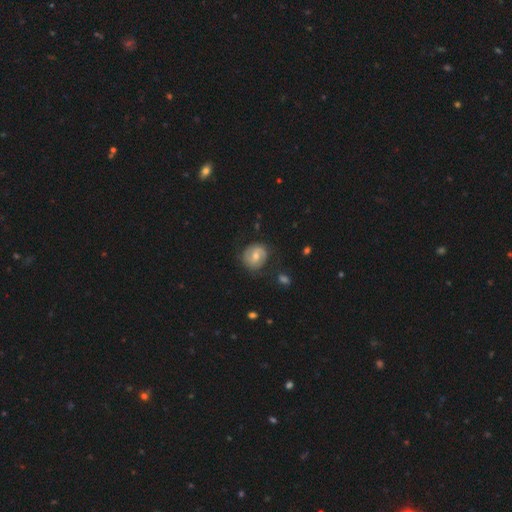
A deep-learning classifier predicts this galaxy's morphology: A featured or disk galaxy (66%) with a weak bar (49%), 2 (80%) tight (43%) spiral arms (87%) and a moderate central bulge (64%). Merging: none (76%).